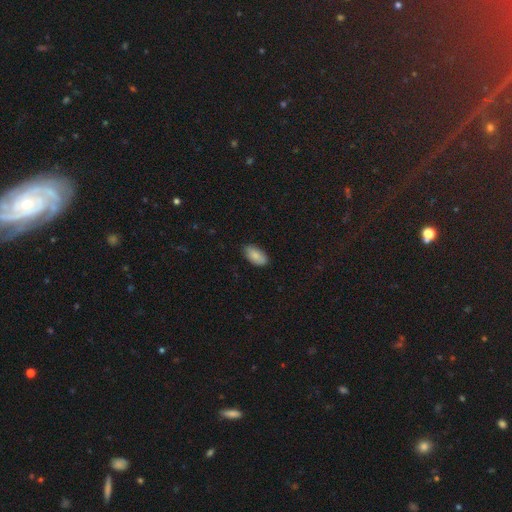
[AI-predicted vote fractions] This appears to be a smooth galaxy with no disk features (86%) that is in between round and cigar-shaped (94%). Merging: none (84%).